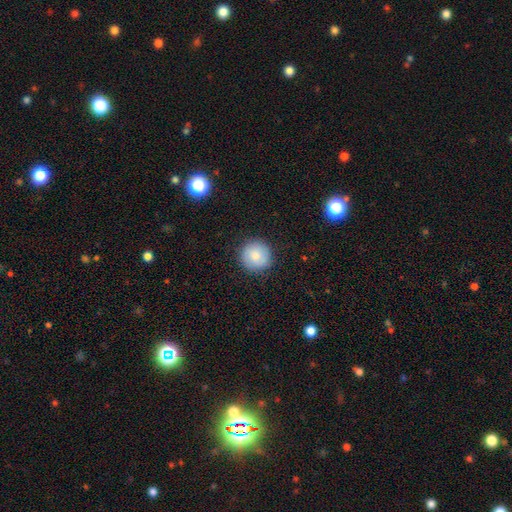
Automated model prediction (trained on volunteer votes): Smooth or featured? Predicted: smooth (p=0.81). How rounded? Predicted: round (p=0.96). Merging? Predicted: none (p=0.89).